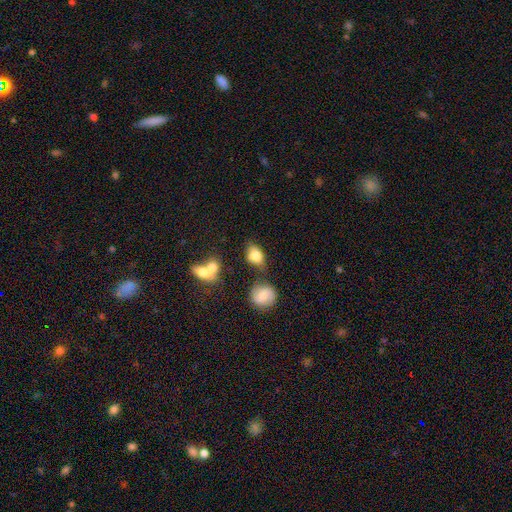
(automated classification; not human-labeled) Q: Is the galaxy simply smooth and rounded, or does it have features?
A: smooth — 80%.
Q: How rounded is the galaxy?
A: in between — 78%.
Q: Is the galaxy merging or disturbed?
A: none — 58%.